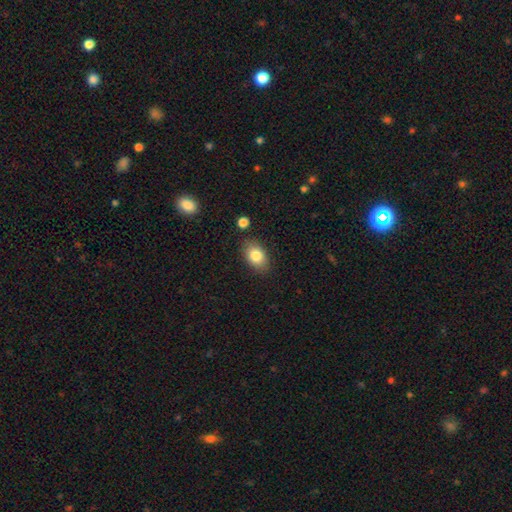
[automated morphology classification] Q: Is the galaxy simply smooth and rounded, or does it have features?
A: smooth — 83%.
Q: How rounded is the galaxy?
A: in between — 85%.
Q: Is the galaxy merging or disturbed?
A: none — 82%.